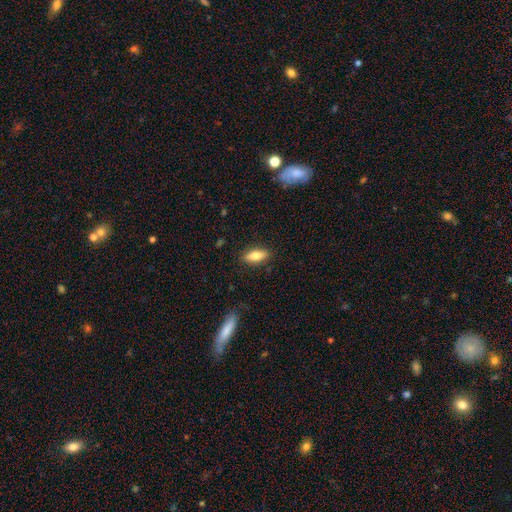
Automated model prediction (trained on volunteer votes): Overall: smooth (75%). How rounded: in between (70%). Merging: none (87%).